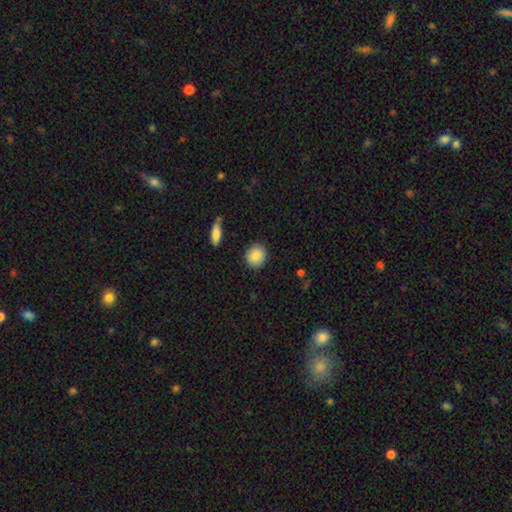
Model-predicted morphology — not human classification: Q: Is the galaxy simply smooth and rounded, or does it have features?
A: smooth — 88%.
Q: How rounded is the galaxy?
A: round — 80%.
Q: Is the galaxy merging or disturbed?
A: none — 88%.